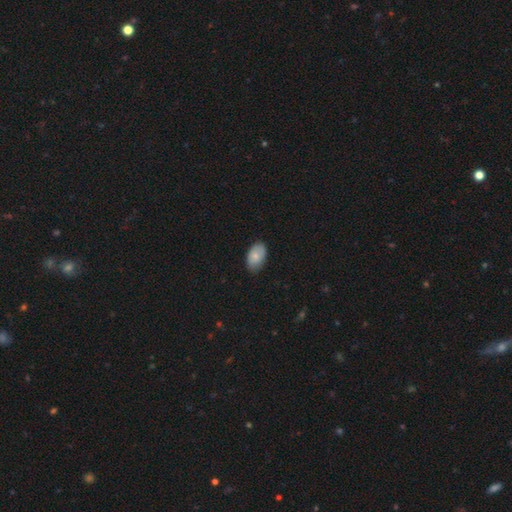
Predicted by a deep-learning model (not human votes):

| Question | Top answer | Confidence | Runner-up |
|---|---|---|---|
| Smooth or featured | smooth | 78% | featured or disk (15%) |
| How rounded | in between | 91% | round (7%) |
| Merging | none | 76% | minor disturbance (20%) |